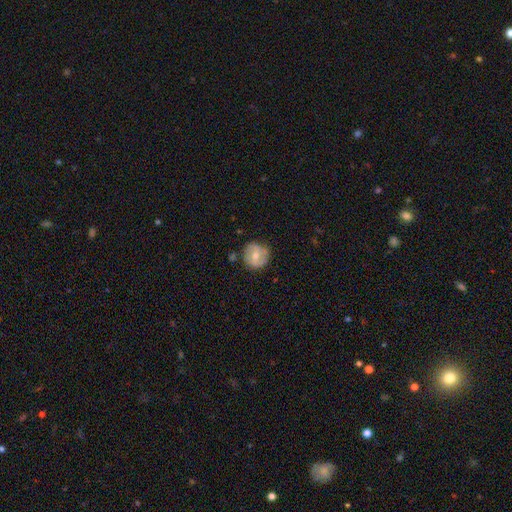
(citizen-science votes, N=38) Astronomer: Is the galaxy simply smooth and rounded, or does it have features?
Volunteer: smooth — 63%.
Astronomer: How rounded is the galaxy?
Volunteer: round — 83%.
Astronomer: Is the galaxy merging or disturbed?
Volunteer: none — 61%.